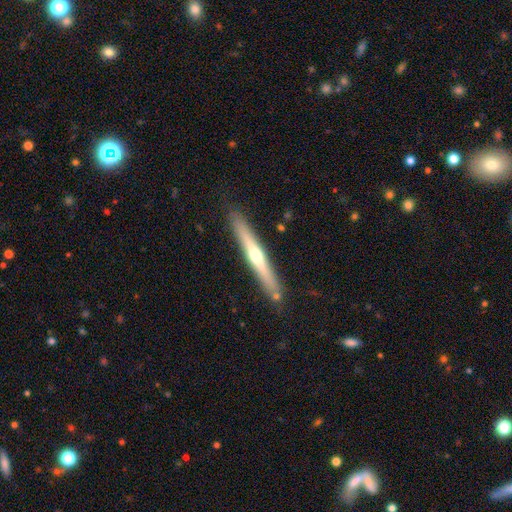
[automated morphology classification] Smooth or featured? Predicted: featured or disk (p=0.61). Edge-on disk? Predicted: yes (p=0.96). Edge-on bulge? Predicted: rounded (p=0.81). Merging? Predicted: none (p=0.87).